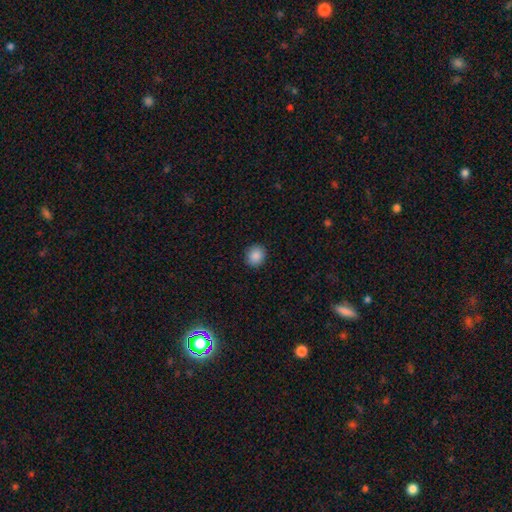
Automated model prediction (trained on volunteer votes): Smooth or featured? Predicted: smooth (p=0.88). How rounded? Predicted: round (p=0.81). Merging? Predicted: none (p=0.91).